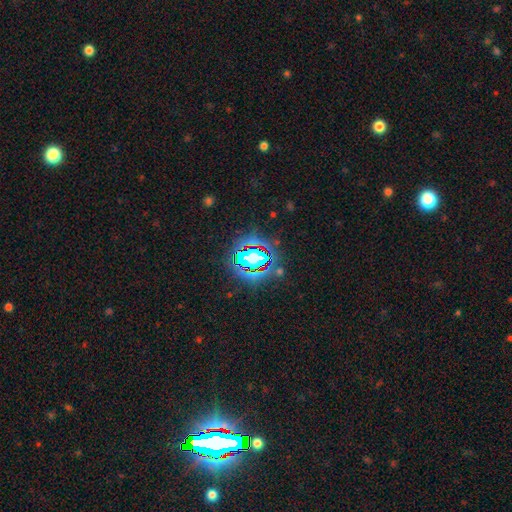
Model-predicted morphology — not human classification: Smooth or featured: star or artifact — 61% (smooth — 25%)